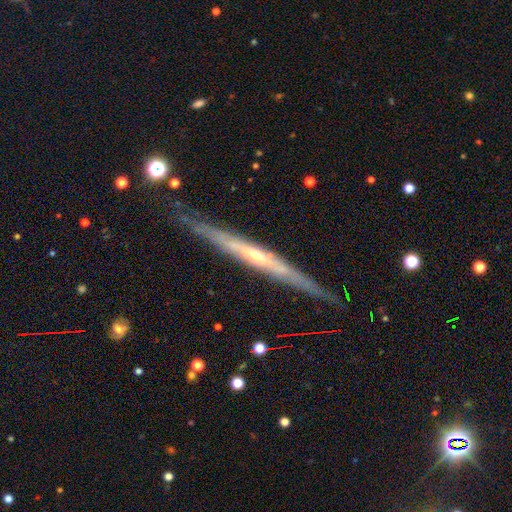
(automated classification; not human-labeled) A featured or disk galaxy (79%) viewed edge-on (93%) with a rounded central bulge (57%). Merging: none (79%).